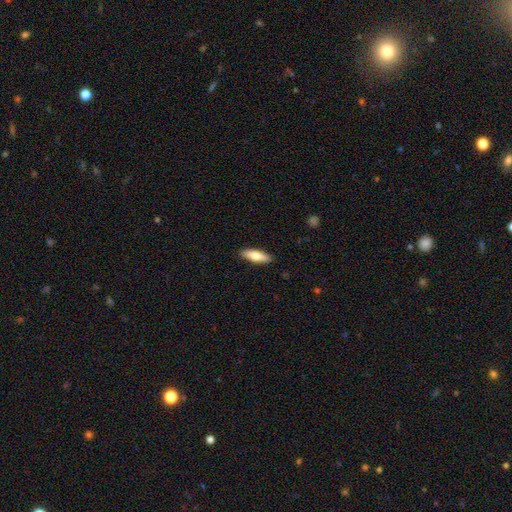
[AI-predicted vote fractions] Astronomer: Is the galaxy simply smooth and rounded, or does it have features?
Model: smooth — 70%.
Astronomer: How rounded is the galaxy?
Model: cigar-shaped — 51% (runner-up: in between, 47%).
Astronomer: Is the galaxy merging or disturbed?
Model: none — 90%.